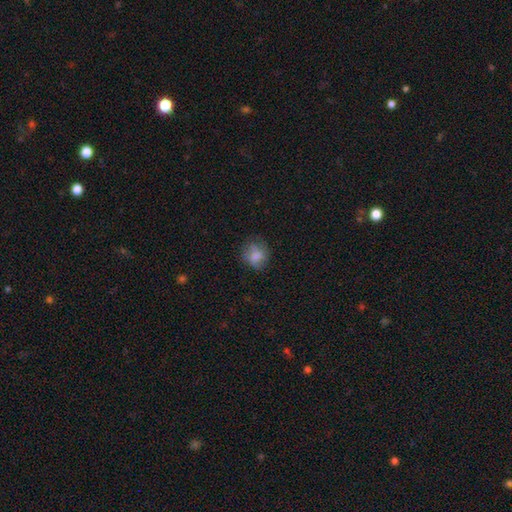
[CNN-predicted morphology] A smooth galaxy with no disk features (68%) that is round (68%). Merging: none (62%).